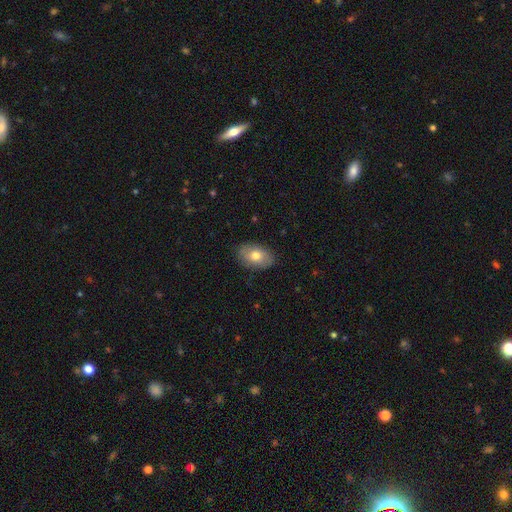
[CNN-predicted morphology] Smooth or featured?
  - smooth: 72% *
  - featured or disk: 21%
  - star or artifact: 7%
How rounded?
  - in between: 88% *
  - round: 10%
  - cigar-shaped: 1%
Merging?
  - none: 85% *
  - minor disturbance: 11%
  - major disturbance: 2%
  - merger: 1%